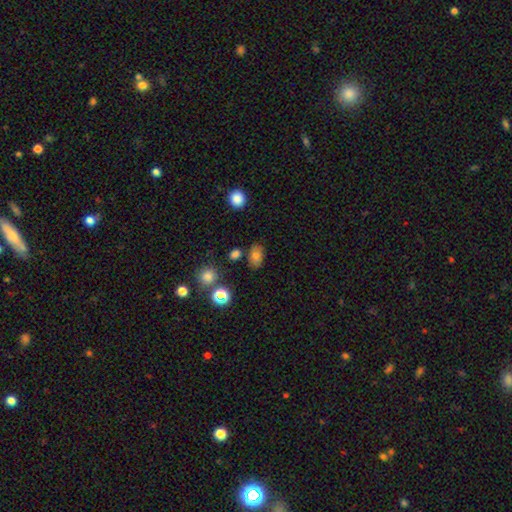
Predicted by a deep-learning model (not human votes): Q: Smooth or featured?
A: smooth (76%); runner-up: star or artifact (14%)
Q: How rounded?
A: in between (82%); runner-up: round (16%)
Q: Merging?
A: none (76%); runner-up: minor disturbance (14%)